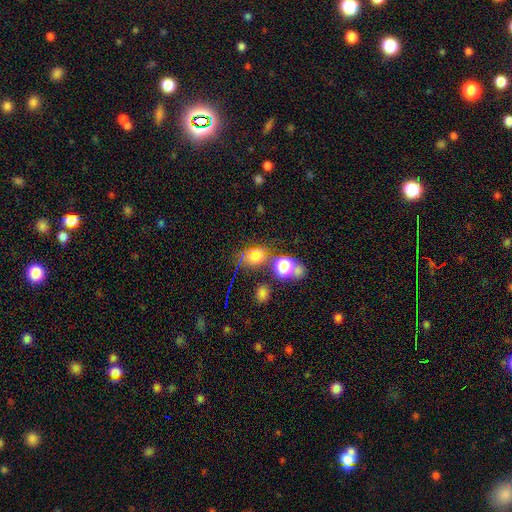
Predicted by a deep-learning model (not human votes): Morphology: type=smooth (56%); roundness=round (56%); merging=none (55%).